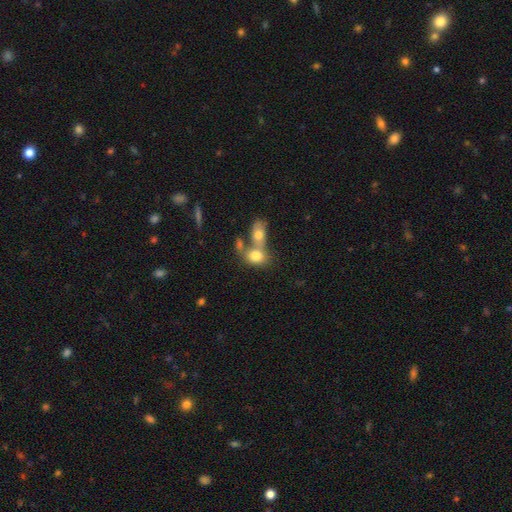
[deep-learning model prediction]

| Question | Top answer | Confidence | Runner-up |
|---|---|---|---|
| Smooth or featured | smooth | 77% | featured or disk (15%) |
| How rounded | in between | 69% | round (29%) |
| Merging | merger | 59% | none (28%) |